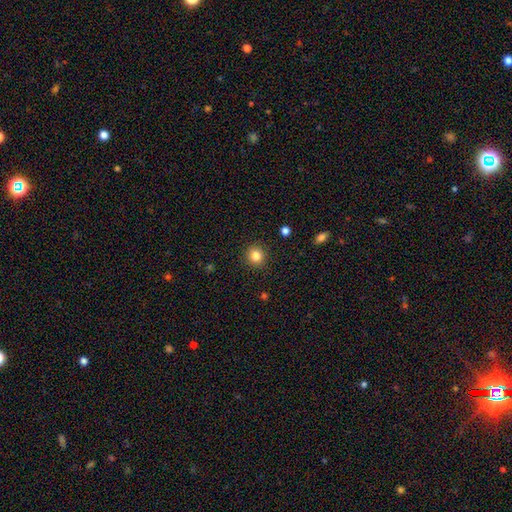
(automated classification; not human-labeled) The model was most divided on "smooth or featured": smooth: 84%, star or artifact: 11%, featured or disk: 5%. More confident: how rounded — round (91%); merging — none (91%).